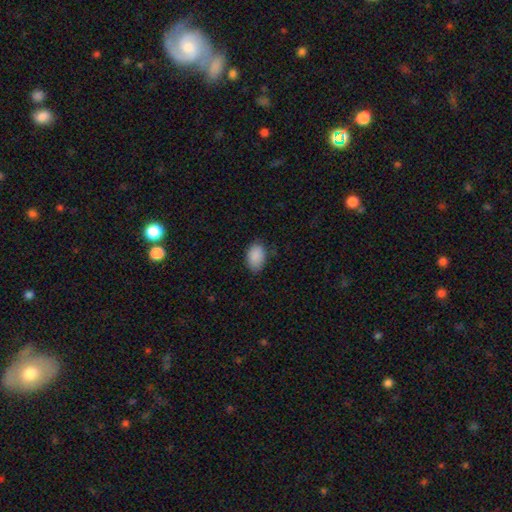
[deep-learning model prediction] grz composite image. It shows a smooth galaxy with no disk features (89%) that is in between round and cigar-shaped (89%). Merging: none (78%).